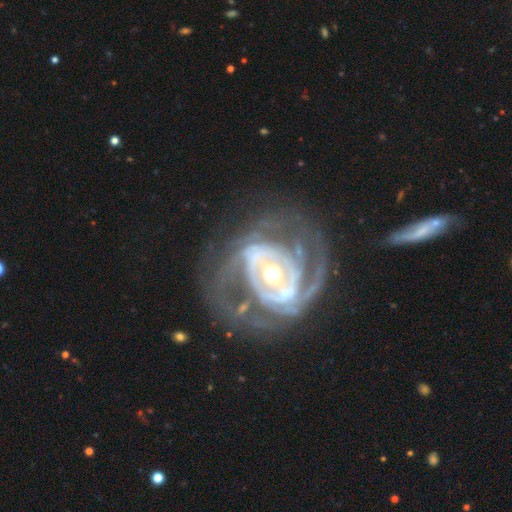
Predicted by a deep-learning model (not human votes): The model was most divided on "spiral arm count": 2: 33%, can't tell: 25%, 3: 15%, 4: 9%, 1: 9%, more than 4: 8%. Remaining: edge-on disk — no (97%); smooth or featured — featured or disk (88%); spiral arms — yes (85%); bulge size — moderate (70%); merging — none (52%); spiral winding — tight (48%); bar — no (46%).